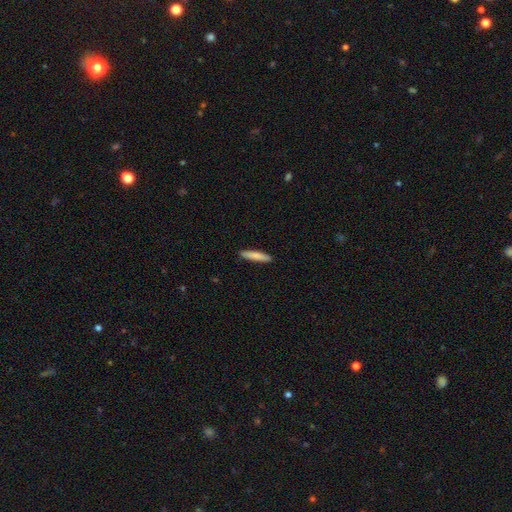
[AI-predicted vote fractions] Smooth or featured? smooth (83%)
How rounded? cigar-shaped (88%)
Merging? none (91%)